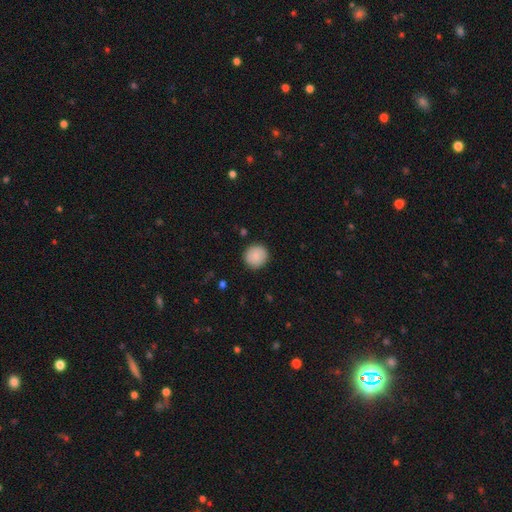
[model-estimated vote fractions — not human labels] Smooth or featured? smooth (87%)
How rounded? round (94%)
Merging? none (90%)